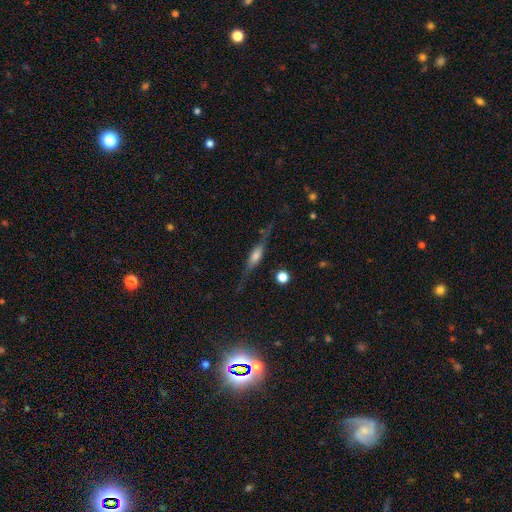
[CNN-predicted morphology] A featured or disk galaxy (67%) viewed edge-on (92%) with a rounded central bulge (65%). Merging: none (74%).